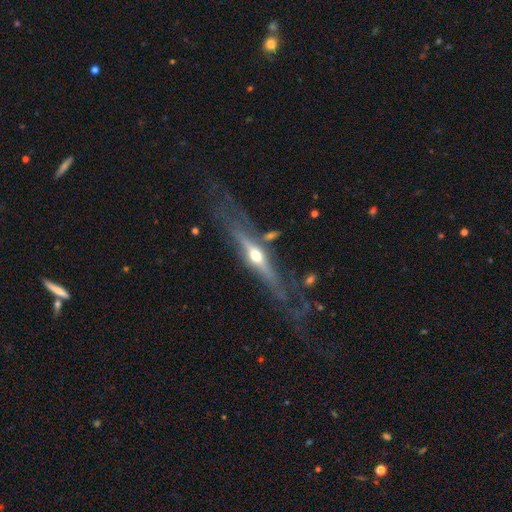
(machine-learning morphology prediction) A featured or disk galaxy (76%) viewed edge-on (90%) with a rounded central bulge (93%). Merging: none (66%).